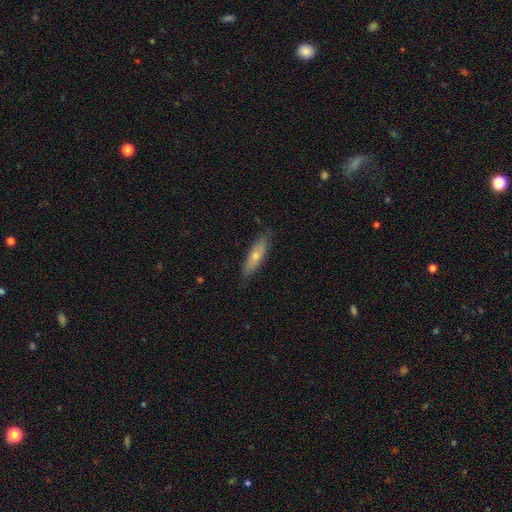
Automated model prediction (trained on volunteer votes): This is likely a smooth galaxy (63%). How rounded: likely cigar-shaped (64%). Merging: clearly none (82%).